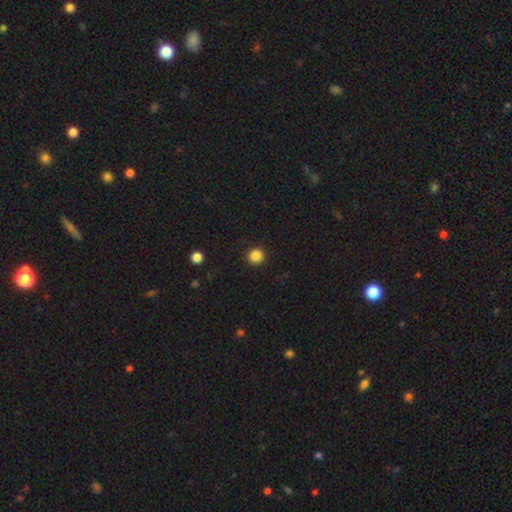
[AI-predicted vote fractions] Smooth or featured: smooth — 86% (star or artifact — 11%)
How rounded: round — 95% (in between — 4%)
Merging: none — 92% (minor disturbance — 5%)